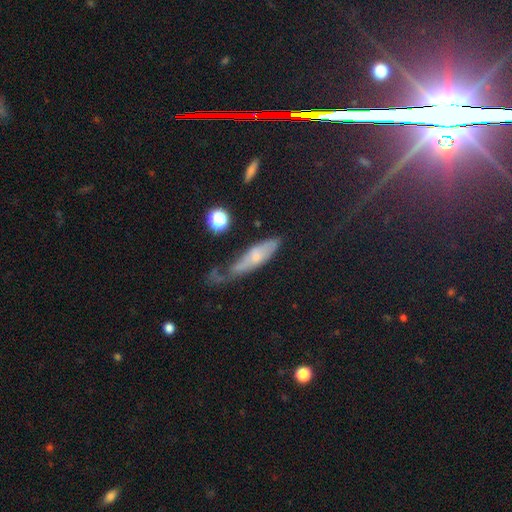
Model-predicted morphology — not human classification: smooth_or_featured: smooth (p=0.49) [alt: featured or disk p=0.39]
merging: major disturbance (p=0.35) [alt: minor disturbance p=0.30]